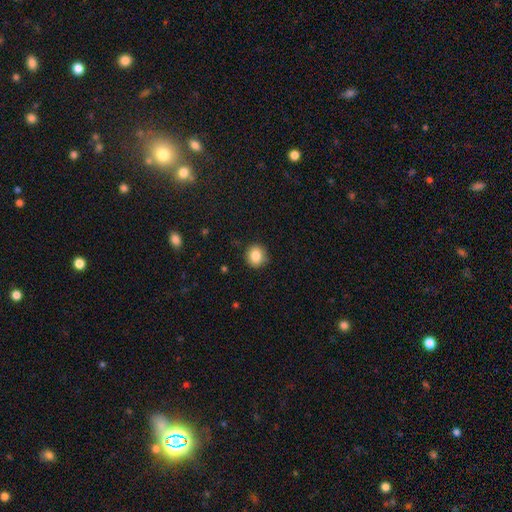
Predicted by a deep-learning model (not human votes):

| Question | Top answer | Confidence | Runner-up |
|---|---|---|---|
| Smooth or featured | smooth | 85% | star or artifact (9%) |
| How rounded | round | 85% | in between (14%) |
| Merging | none | 87% | minor disturbance (10%) |